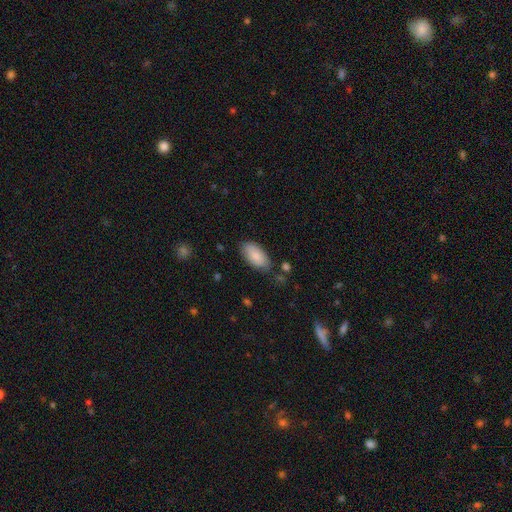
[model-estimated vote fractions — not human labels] A smooth galaxy with no disk features (86%) that is in between round and cigar-shaped (93%). Merging: none (76%).